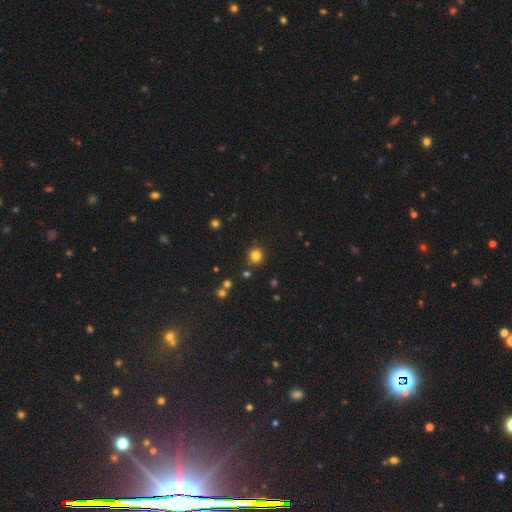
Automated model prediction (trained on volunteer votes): The model was most divided on "smooth or featured": smooth: 81%, star or artifact: 14%, featured or disk: 5%. More confident: how rounded — round (90%); merging — none (86%).